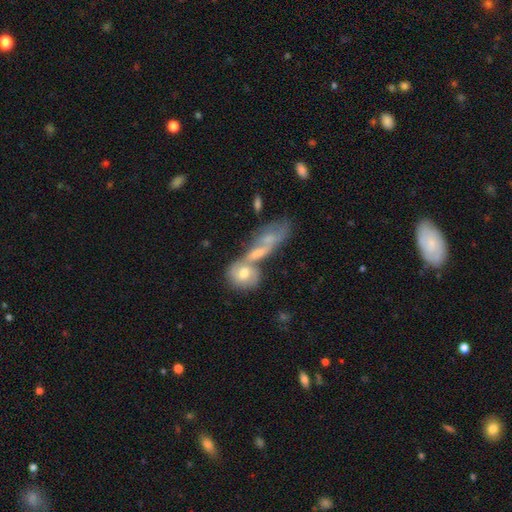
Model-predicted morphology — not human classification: Smooth or featured: featured or disk — 42% (smooth — 40%)
Merging: merger — 42% (none — 40%)